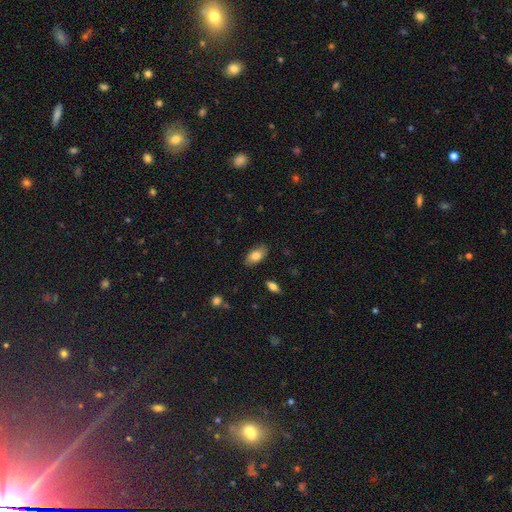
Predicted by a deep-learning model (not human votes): smooth_or_featured: smooth (p=0.79) [alt: featured or disk p=0.14]
how_rounded: in between (p=0.92) [alt: round p=0.04]
merging: none (p=0.83) [alt: minor disturbance p=0.13]